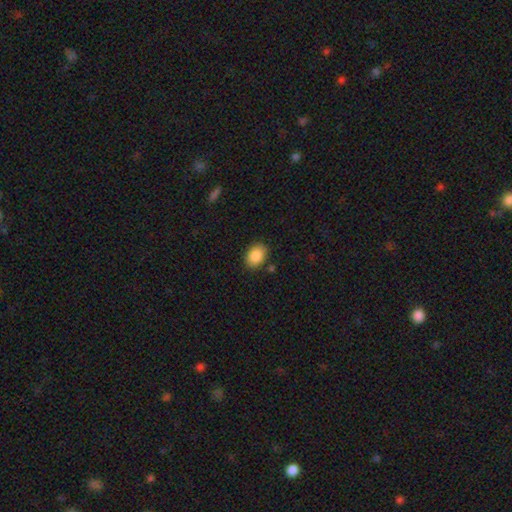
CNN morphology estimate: Smooth or featured: smooth — 88% (star or artifact — 7%)
How rounded: in between — 74% (round — 25%)
Merging: none — 85% (minor disturbance — 10%)